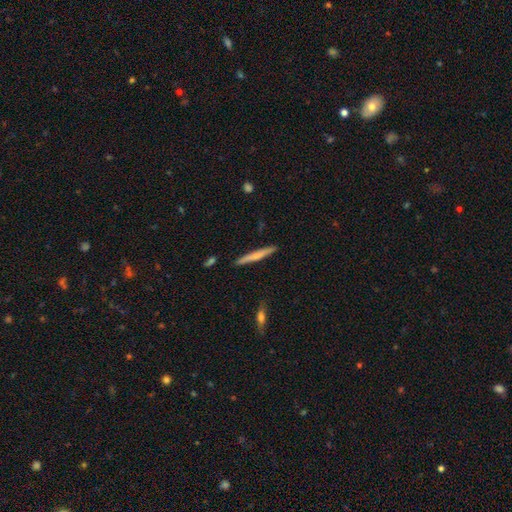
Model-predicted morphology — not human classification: type=smooth (58%); roundness=cigar-shaped (96%); merging=none (90%).